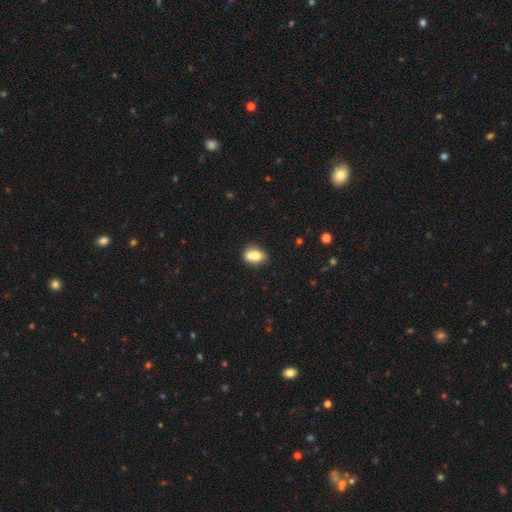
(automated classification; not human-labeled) The model was most divided on "merging": none: 42%, merger: 37%, minor disturbance: 16%, major disturbance: 5%. More confident: smooth or featured — smooth (74%); how rounded — in between (71%).